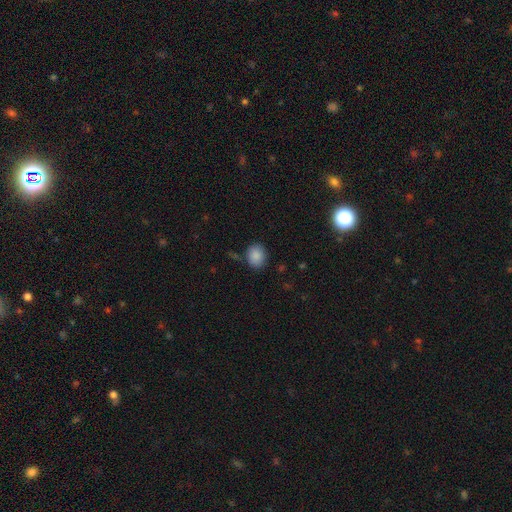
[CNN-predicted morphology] smooth-or-featured: smooth: 88% | star or artifact: 8% | featured or disk: 4%
  how-rounded: round: 57% | in between: 42% | cigar-shaped: 1%
  merging: none: 81% | minor disturbance: 13% | merger: 3% | major disturbance: 3%